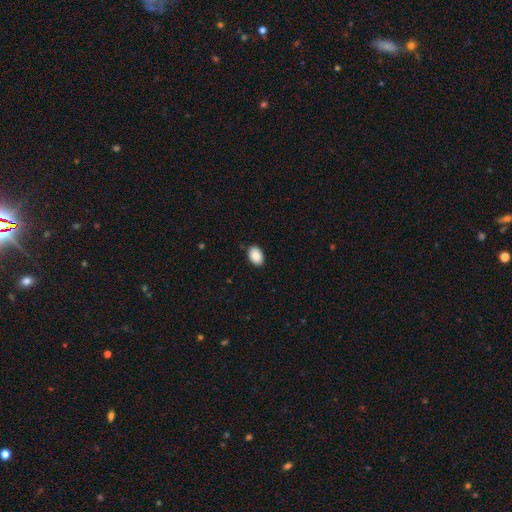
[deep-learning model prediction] smooth_or_featured: smooth (p=0.88) [alt: star or artifact p=0.07]
how_rounded: in between (p=0.85) [alt: round p=0.14]
merging: none (p=0.87) [alt: minor disturbance p=0.10]